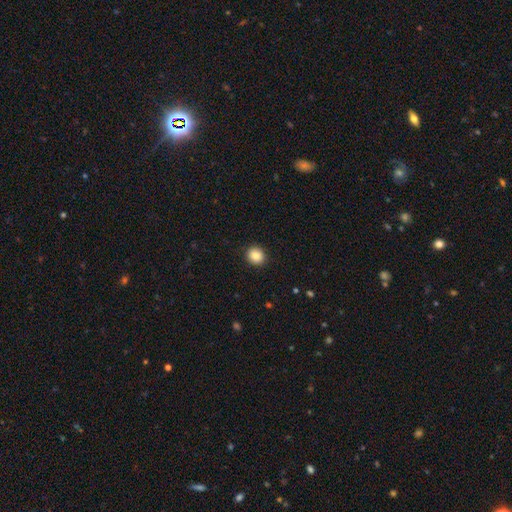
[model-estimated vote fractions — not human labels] smooth_or_featured: smooth (p=0.87) [alt: star or artifact p=0.09]
how_rounded: round (p=0.83) [alt: in between p=0.17]
merging: none (p=0.91) [alt: minor disturbance p=0.06]